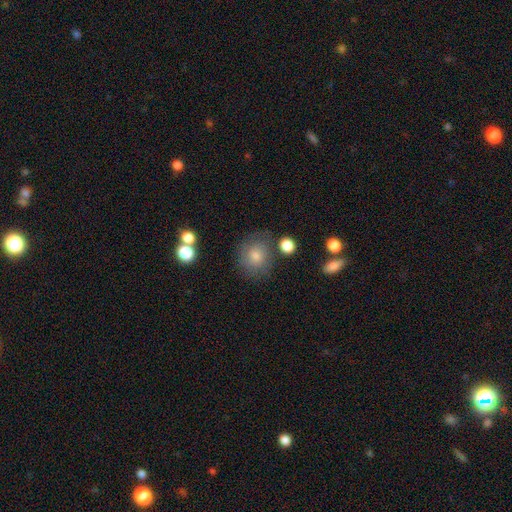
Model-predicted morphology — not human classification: smooth_or_featured: smooth (p=0.75) [alt: featured or disk p=0.13]
how_rounded: round (p=0.76) [alt: in between p=0.23]
merging: none (p=0.74) [alt: minor disturbance p=0.15]